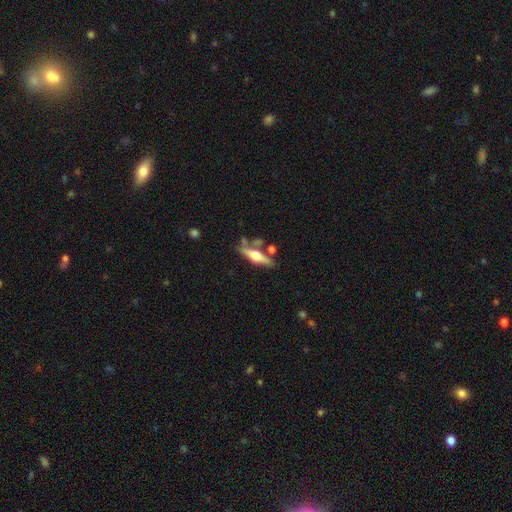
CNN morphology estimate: type=featured or disk (67%); edge-on=yes (94%); edge-on bulge=rounded (94%); merging=none (67%).